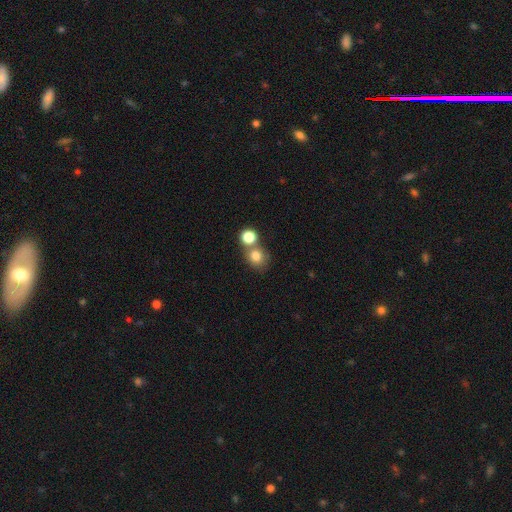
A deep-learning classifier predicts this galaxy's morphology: Q: Smooth or featured?
A: smooth (79%); runner-up: star or artifact (12%)
Q: How rounded?
A: round (78%); runner-up: in between (21%)
Q: Merging?
A: none (48%); runner-up: merger (40%)